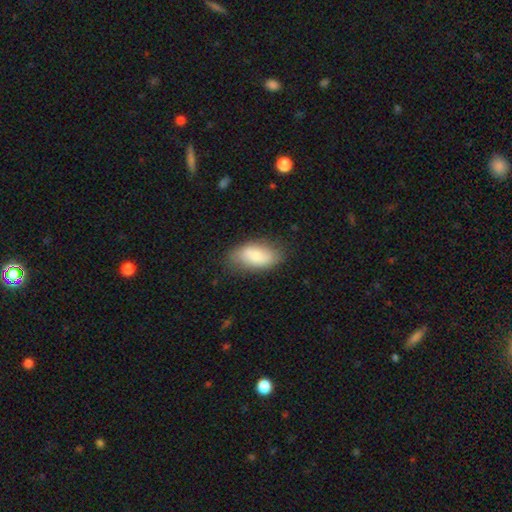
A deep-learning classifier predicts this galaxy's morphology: The model was most divided on "merging": none: 74%, minor disturbance: 20%, major disturbance: 5%, merger: 2%. More confident: how rounded — in between (92%); smooth or featured — smooth (77%).